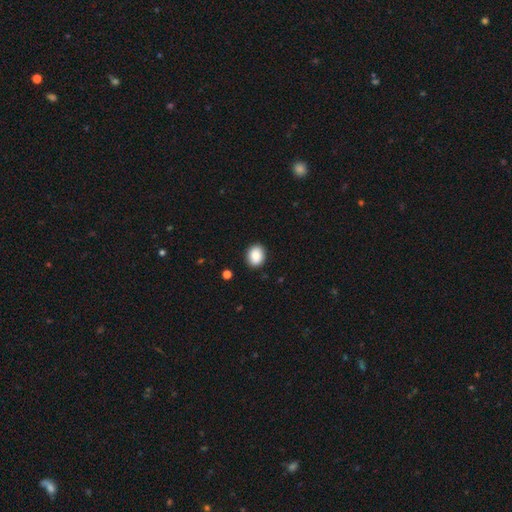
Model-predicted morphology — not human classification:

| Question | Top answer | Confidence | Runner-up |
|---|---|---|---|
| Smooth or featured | smooth | 86% | star or artifact (8%) |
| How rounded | in between | 51% | round (48%) |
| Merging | none | 89% | minor disturbance (8%) |